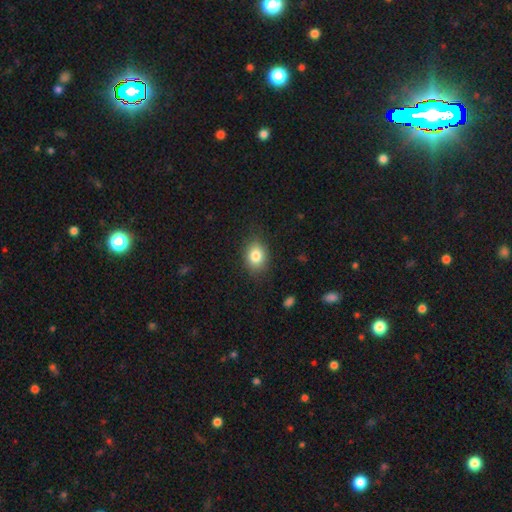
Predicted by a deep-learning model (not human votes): Smooth or featured? smooth (82%)
How rounded? in between (63%)
Merging? none (83%)